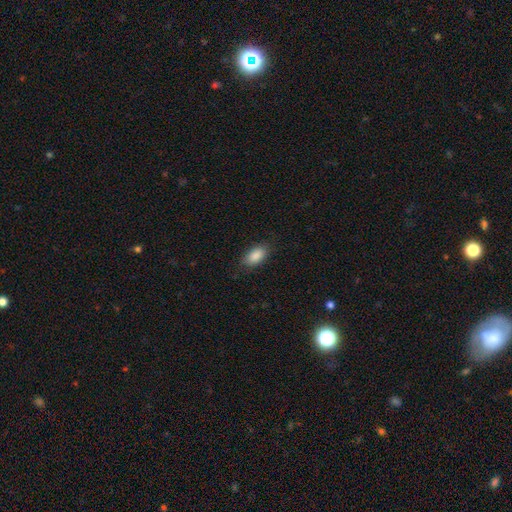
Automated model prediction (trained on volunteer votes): Overall: smooth (88%). How rounded: in between (92%). Merging: none (83%).